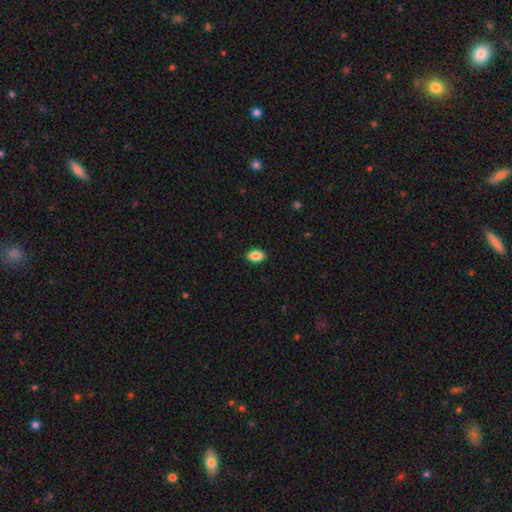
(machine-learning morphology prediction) Smooth or featured? smooth (88%)
How rounded? in between (90%)
Merging? none (90%)